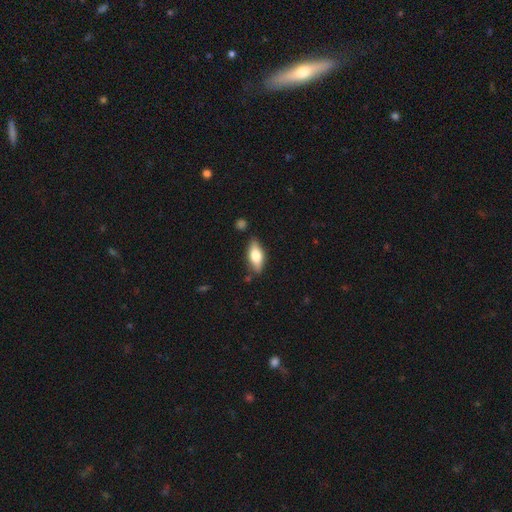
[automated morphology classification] This appears to be a smooth galaxy with no disk features (63%) that is in between round and cigar-shaped (79%). Merging: none (80%).